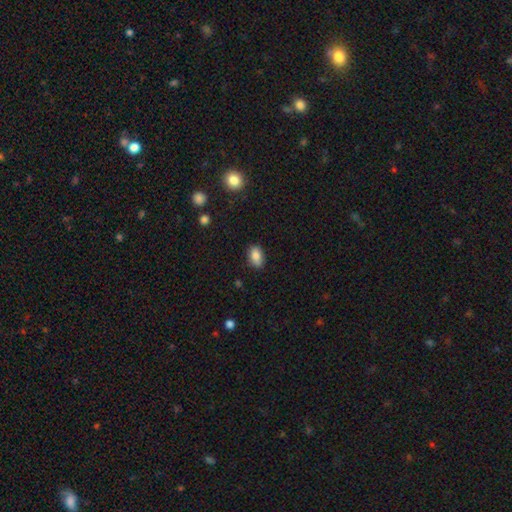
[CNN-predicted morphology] Smooth or featured: smooth — 86% (star or artifact — 8%)
How rounded: in between — 89% (round — 8%)
Merging: none — 85% (minor disturbance — 12%)